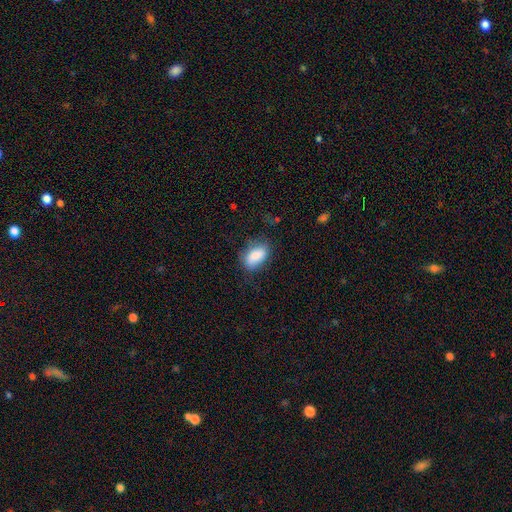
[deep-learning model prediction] The model was most divided on "merging": none: 65%, minor disturbance: 24%, major disturbance: 9%, merger: 2%. More confident: how rounded — in between (90%); smooth or featured — smooth (81%).